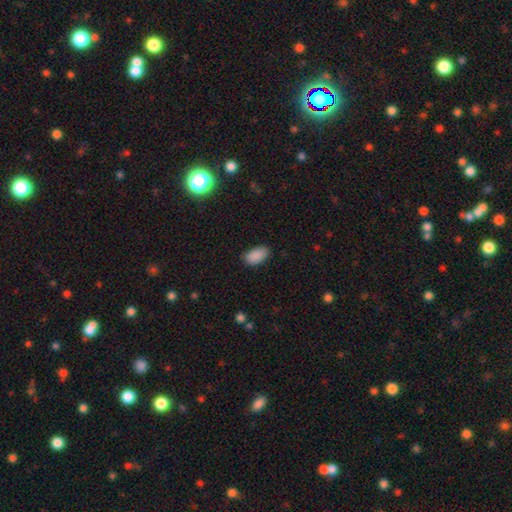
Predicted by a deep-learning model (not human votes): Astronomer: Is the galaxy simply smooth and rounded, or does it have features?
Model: smooth — 89%.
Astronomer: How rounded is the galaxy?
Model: in between — 94%.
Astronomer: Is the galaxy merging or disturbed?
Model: none — 80%.